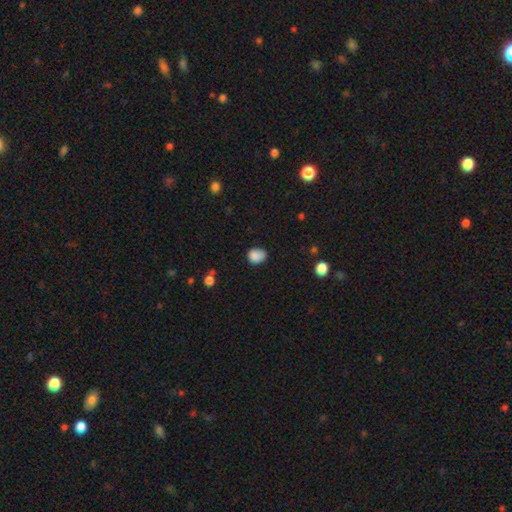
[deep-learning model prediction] Smooth or featured? smooth (84%)
How rounded? round (58%)
Merging? none (63%)